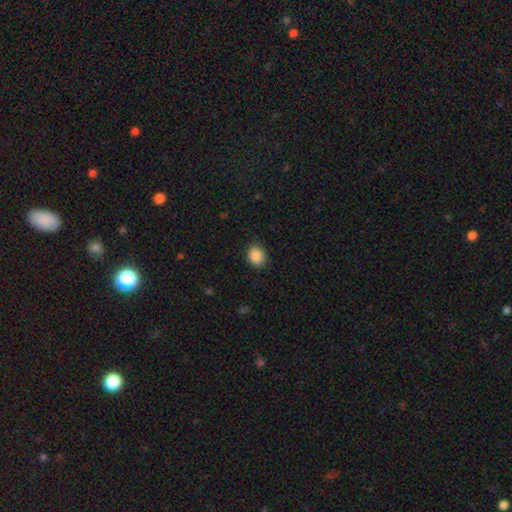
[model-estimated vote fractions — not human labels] This appears to be a smooth galaxy with no disk features (89%) that is round (54%). Merging: none (86%).